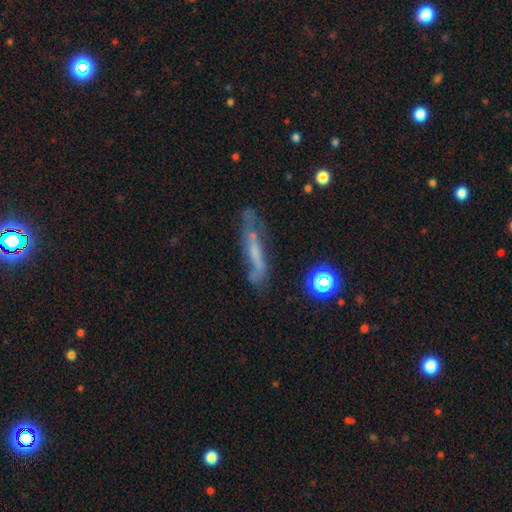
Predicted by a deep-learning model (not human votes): A featured or disk galaxy (44%).

Vote fractions:
- Smooth or featured? featured or disk: 44% / smooth: 41% / star or artifact: 15%
- Merging? none: 48% / minor disturbance: 25% / major disturbance: 19% / merger: 8%